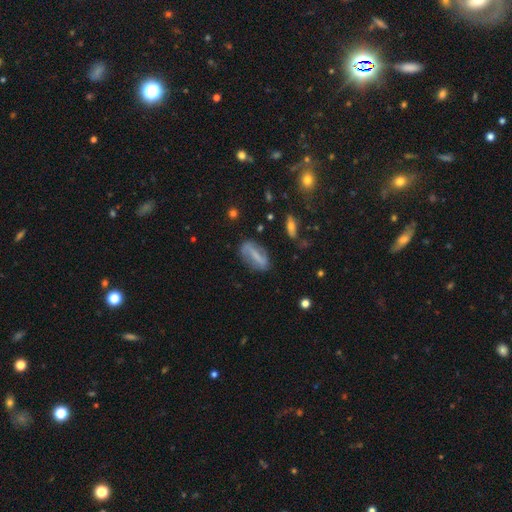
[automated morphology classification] Smooth or featured? Predicted: featured or disk (p=0.53). Edge-on disk? Predicted: no (p=0.84). Merging? Predicted: none (p=0.74).